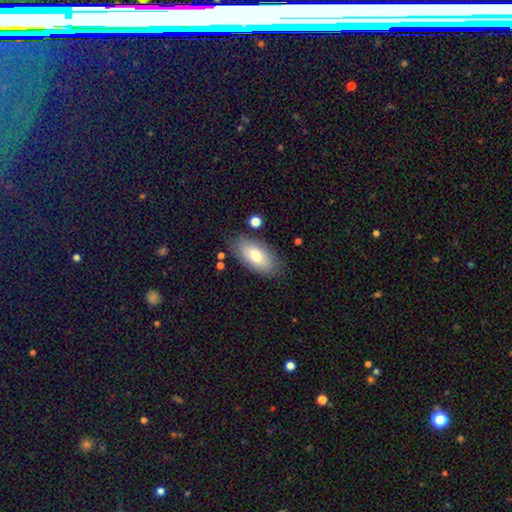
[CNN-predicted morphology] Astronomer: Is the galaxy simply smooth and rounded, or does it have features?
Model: smooth — 72%.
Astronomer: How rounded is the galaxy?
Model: in between — 91%.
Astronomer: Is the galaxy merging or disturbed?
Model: none — 80%.